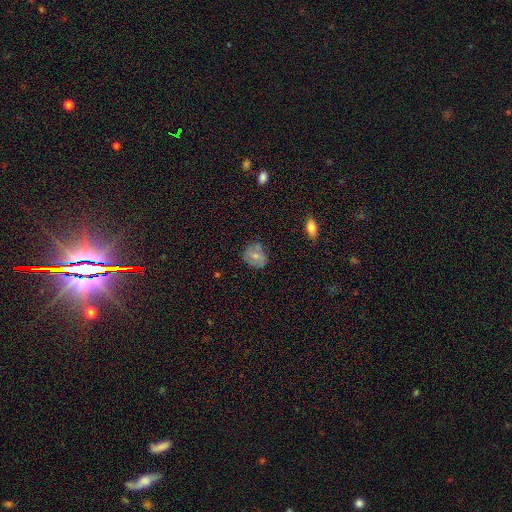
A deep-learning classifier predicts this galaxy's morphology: A smooth galaxy with no disk features (65%) that is round (63%).

Vote fractions:
- Smooth or featured? smooth: 65% / featured or disk: 25% / star or artifact: 10%
- How rounded? round: 63% / in between: 35% / cigar-shaped: 1%
- Merging? none: 70% / minor disturbance: 22% / major disturbance: 6% / merger: 2%